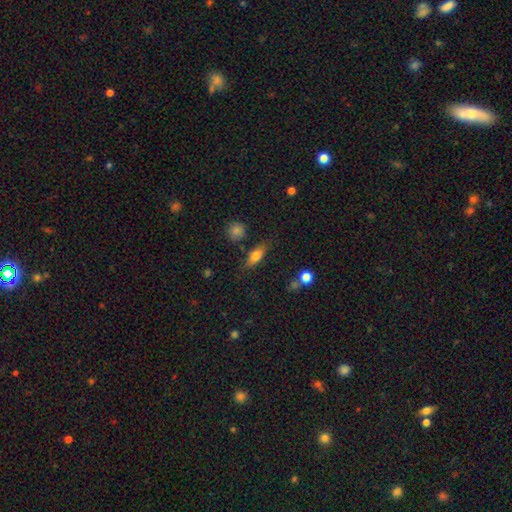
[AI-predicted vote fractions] smooth_or_featured: smooth (p=0.71) [alt: featured or disk p=0.21]
how_rounded: in between (p=0.69) [alt: cigar-shaped p=0.25]
merging: none (p=0.76) [alt: minor disturbance p=0.15]